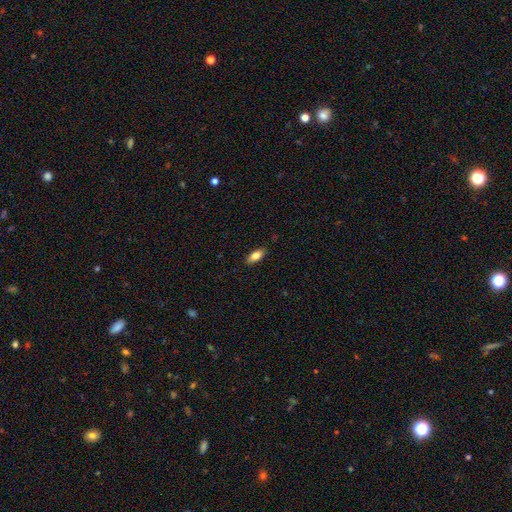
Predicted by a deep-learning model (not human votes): The model was most divided on "how rounded": in between: 82%, cigar-shaped: 16%, round: 2%. More confident: merging — none (87%); smooth or featured — smooth (81%).